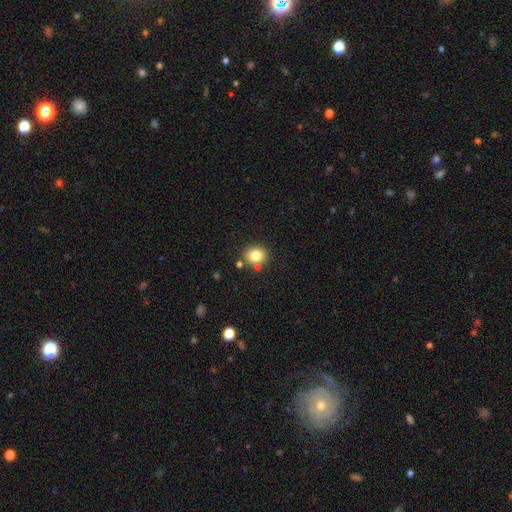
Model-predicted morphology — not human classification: Smooth or featured? smooth (79%)
How rounded? round (78%)
Merging? none (78%)